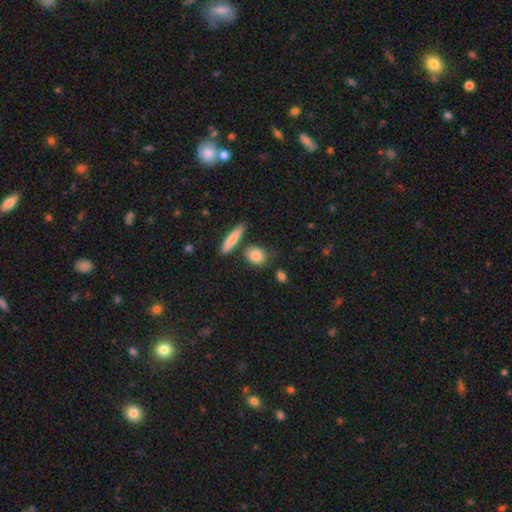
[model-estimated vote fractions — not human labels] Overall: smooth (84%). How rounded: round (46%; in between 43%). Merging: none (73%).